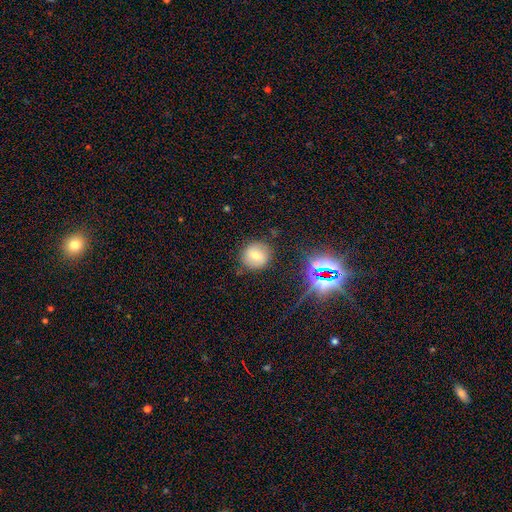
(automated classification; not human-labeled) smooth-or-featured: smooth: 53% | star or artifact: 24% | featured or disk: 24%
  how-rounded: round: 88% | in between: 11% | cigar-shaped: 1%
  merging: none: 84% | minor disturbance: 11% | major disturbance: 3% | merger: 2%